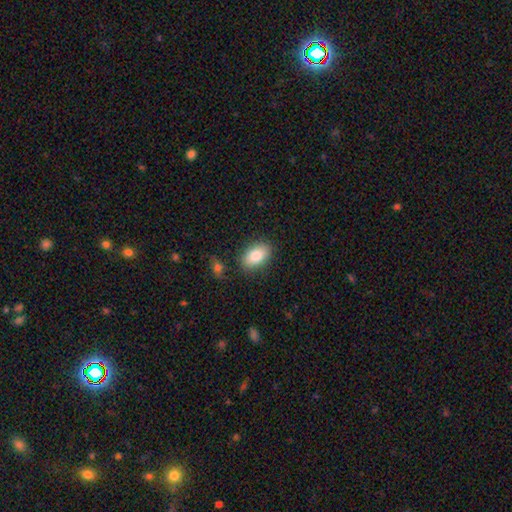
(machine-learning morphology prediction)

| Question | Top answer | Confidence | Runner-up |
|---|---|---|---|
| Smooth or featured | smooth | 85% | featured or disk (8%) |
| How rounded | in between | 91% | round (6%) |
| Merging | none | 84% | minor disturbance (11%) |